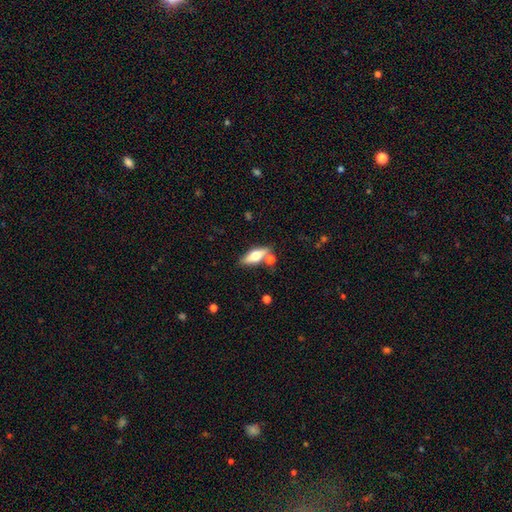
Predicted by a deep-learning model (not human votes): This appears to be a smooth galaxy with no disk features (55%) that is in between round and cigar-shaped (65%). Merging: none (72%).